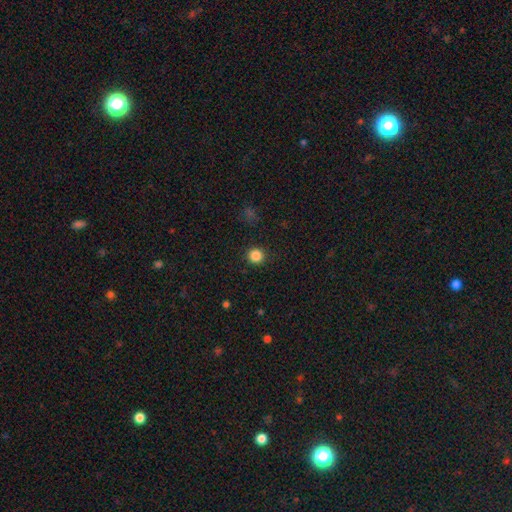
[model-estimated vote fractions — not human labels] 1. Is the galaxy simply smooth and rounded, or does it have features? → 85% smooth, 12% star or artifact, 4% featured or disk.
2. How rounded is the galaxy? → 93% round, 6% in between, 1% cigar-shaped.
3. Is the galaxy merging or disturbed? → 92% none, 5% minor disturbance, 2% major disturbance, 1% merger.